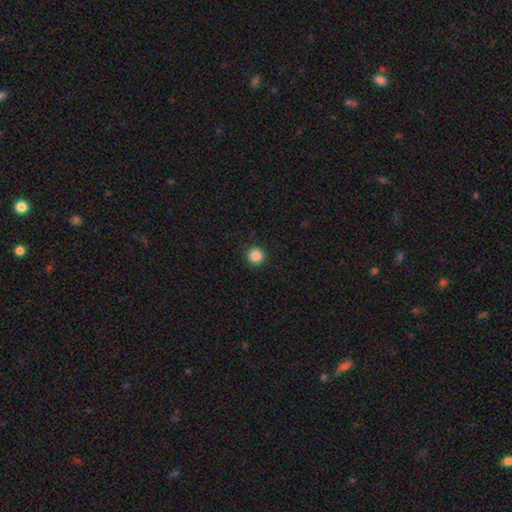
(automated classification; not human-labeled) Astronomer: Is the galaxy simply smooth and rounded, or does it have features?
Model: smooth — 86%.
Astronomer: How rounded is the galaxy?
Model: round — 96%.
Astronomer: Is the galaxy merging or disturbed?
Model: none — 93%.